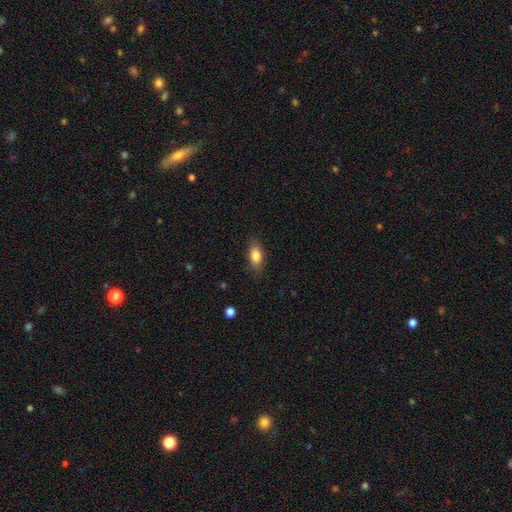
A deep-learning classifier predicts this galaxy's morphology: A smooth galaxy with no disk features (82%) that is in between round and cigar-shaped (84%). Merging: none (82%).